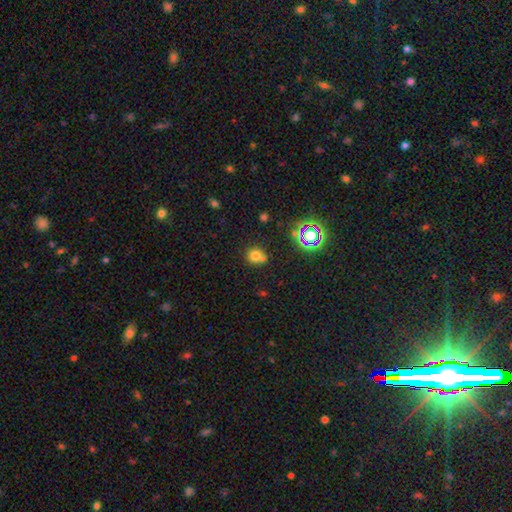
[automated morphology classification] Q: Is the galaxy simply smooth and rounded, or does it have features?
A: smooth — 73%.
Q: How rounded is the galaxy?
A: round — 85%.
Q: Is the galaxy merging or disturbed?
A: none — 57%.